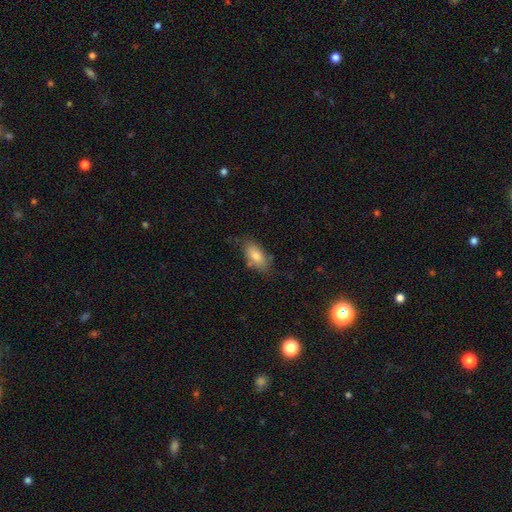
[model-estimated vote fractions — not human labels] Smooth or featured? smooth (77%)
How rounded? in between (88%)
Merging? none (72%)